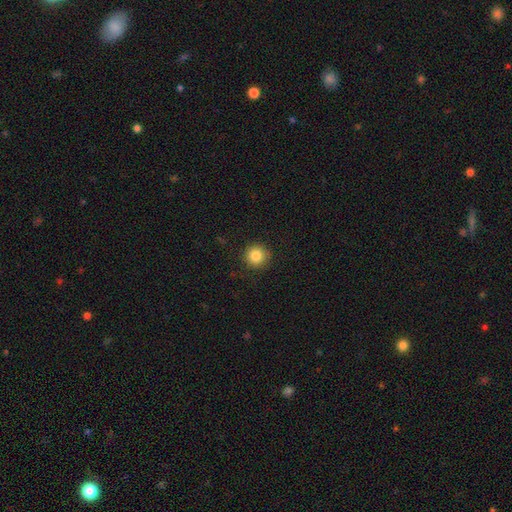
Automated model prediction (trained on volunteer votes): smooth 85%, star or artifact 10%, featured or disk 5%. Down the decision tree: how rounded — round (94%); merging — none (90%).